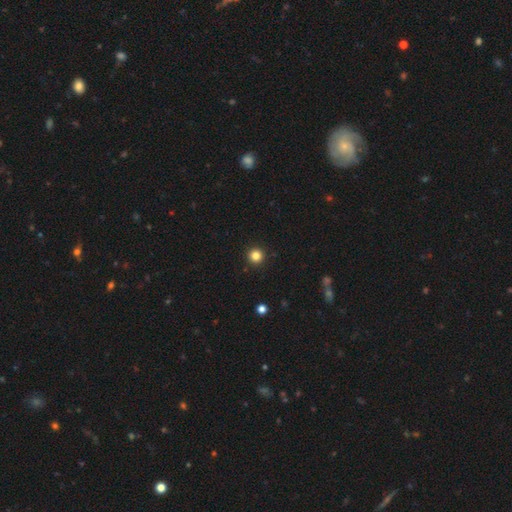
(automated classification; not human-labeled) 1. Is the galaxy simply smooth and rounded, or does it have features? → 83% smooth, 12% star or artifact, 4% featured or disk.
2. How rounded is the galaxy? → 96% round, 3% in between, 1% cigar-shaped.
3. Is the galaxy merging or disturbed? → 93% none, 4% minor disturbance, 2% major disturbance, 1% merger.